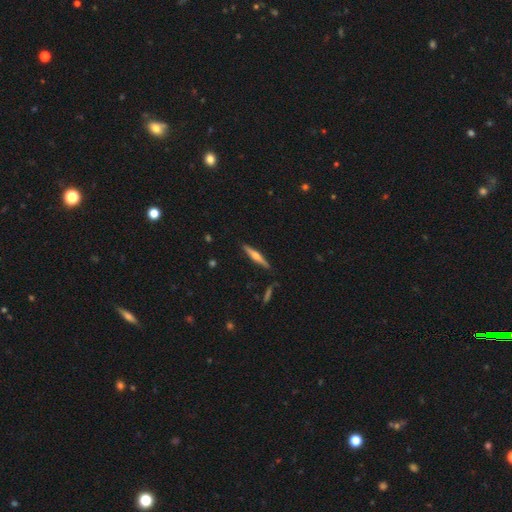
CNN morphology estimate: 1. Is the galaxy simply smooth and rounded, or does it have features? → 61% featured or disk, 33% smooth, 6% star or artifact.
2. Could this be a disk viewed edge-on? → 97% yes, 3% no.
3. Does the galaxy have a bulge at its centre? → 88% rounded, 7% none, 5% boxy.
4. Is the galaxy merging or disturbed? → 88% none, 9% minor disturbance, 2% merger, 2% major disturbance.